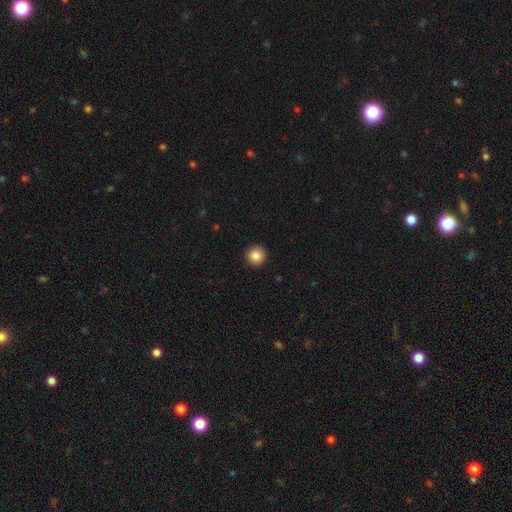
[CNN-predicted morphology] Smooth or featured? smooth (86%)
How rounded? round (94%)
Merging? none (93%)